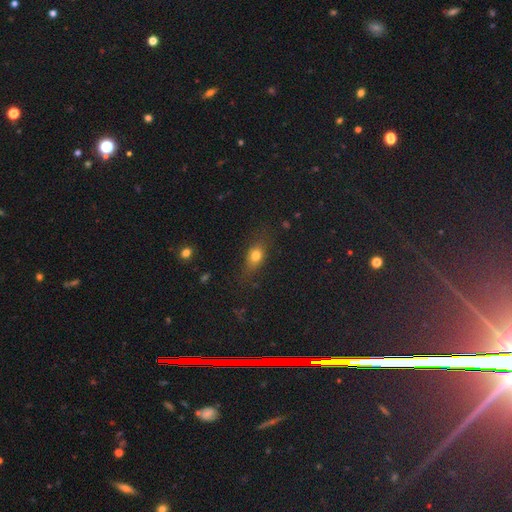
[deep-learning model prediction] This is likely a smooth galaxy (73%). How rounded: likely in between (61%). Merging: likely none (72%).